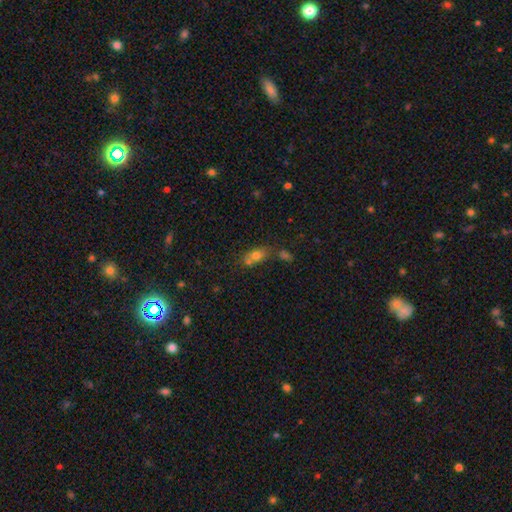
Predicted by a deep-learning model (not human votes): Smooth or featured: smooth — 70% (star or artifact — 15%)
How rounded: in between — 71% (round — 22%)
Merging: none — 44% (merger — 36%)